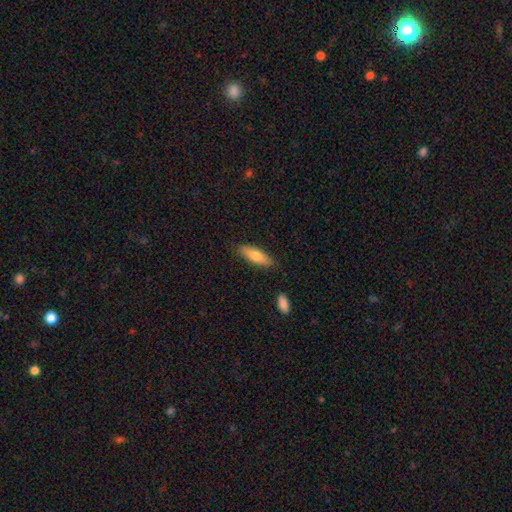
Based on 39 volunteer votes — Smooth or featured?
  - smooth: 77% *
  - featured or disk: 15%
  - star or artifact: 8%
How rounded?
  - cigar-shaped: 57% *
  - in between: 43%
  - round: 0%
Merging?
  - none: 81% *
  - minor disturbance: 17%
  - major disturbance: 3%
  - merger: 0%